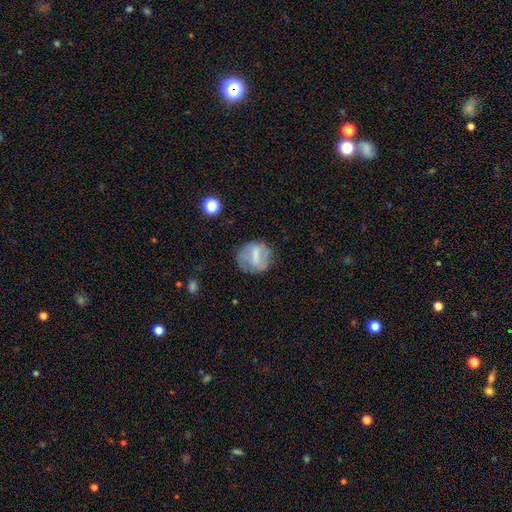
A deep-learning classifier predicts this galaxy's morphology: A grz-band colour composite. It shows a smooth galaxy with no disk features (51%) that is round (75%). Merging: none (68%).